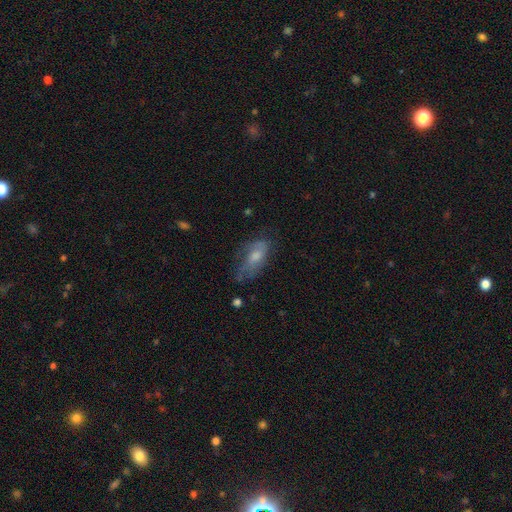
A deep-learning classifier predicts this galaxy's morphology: Smooth or featured: featured or disk — 47% (smooth — 44%)
Merging: none — 47% (minor disturbance — 30%)